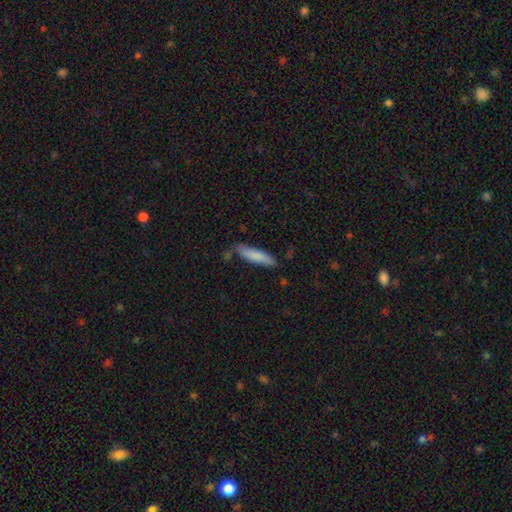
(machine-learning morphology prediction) The model was most divided on "merging": none: 77%, minor disturbance: 16%, merger: 3%, major disturbance: 3%. More confident: how rounded — cigar-shaped (81%); smooth or featured — smooth (81%).